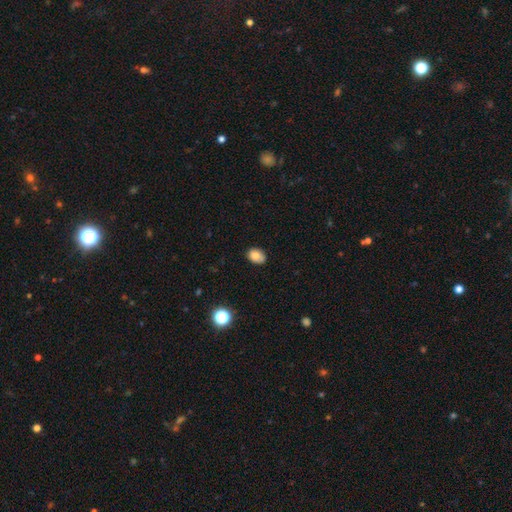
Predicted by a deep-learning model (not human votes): Smooth or featured: smooth — 81% (star or artifact — 10%)
How rounded: in between — 70% (round — 29%)
Merging: none — 80% (minor disturbance — 16%)